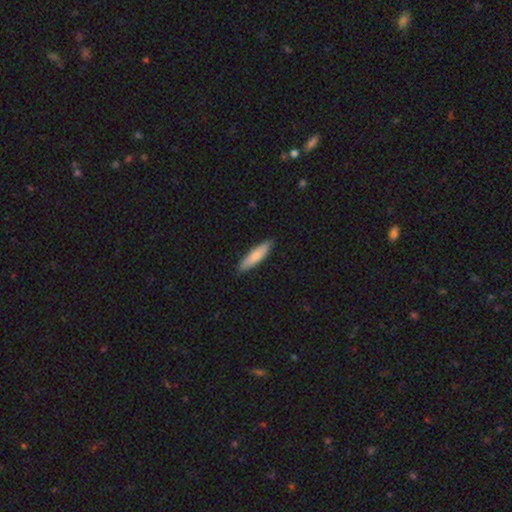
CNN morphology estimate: type=smooth (79%); roundness=cigar-shaped (75%); merging=none (88%).